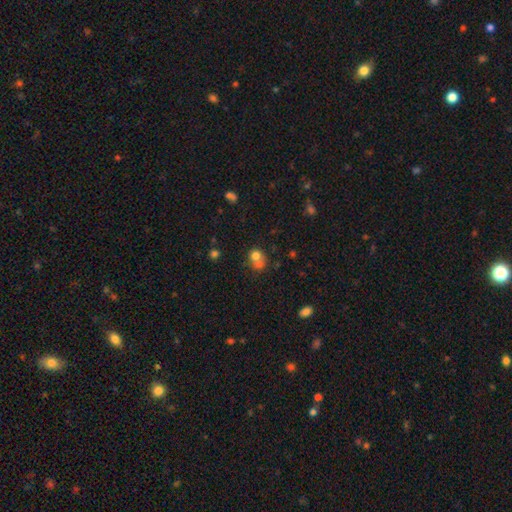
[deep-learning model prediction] Overall: smooth (71%). How rounded: round (77%). Merging: merger (57%; none 33%).